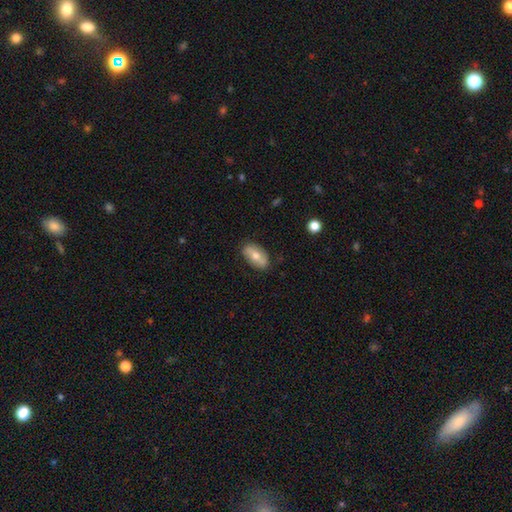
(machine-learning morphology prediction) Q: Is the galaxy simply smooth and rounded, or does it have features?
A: smooth — 58%.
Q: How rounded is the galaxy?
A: in between — 90%.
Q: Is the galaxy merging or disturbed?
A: none — 82%.